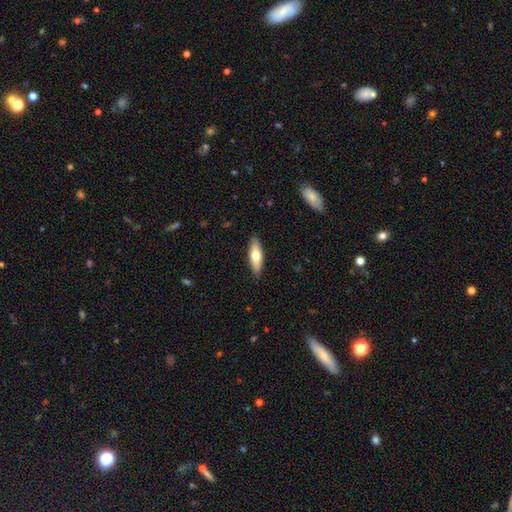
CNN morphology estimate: smooth 62%, featured or disk 33%, star or artifact 5%. Down the decision tree: how rounded — in between (49%); merging — none (90%).